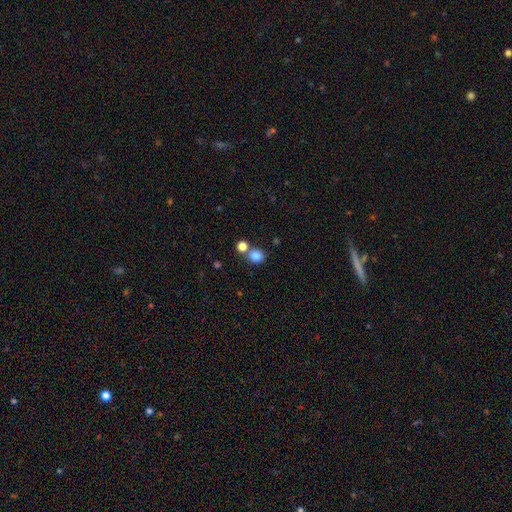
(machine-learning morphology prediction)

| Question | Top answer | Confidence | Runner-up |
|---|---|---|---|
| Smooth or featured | smooth | 84% | star or artifact (11%) |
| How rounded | round | 82% | in between (18%) |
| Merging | none | 62% | merger (28%) |